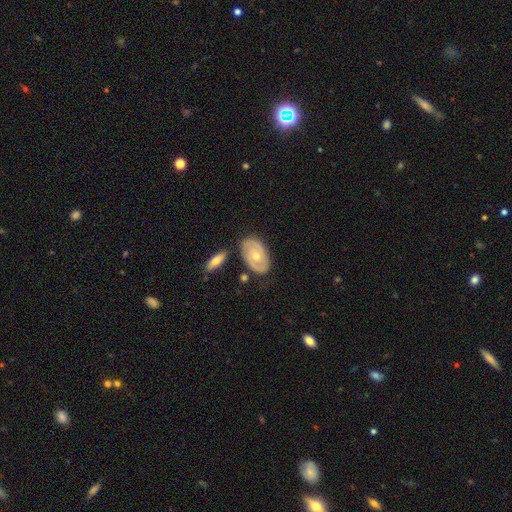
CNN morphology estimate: A featured or disk galaxy (71%) with no bar (67%), 2 (71%) tight (57%) spiral arms (82%) and a moderate central bulge (57%). Merging: none (74%).